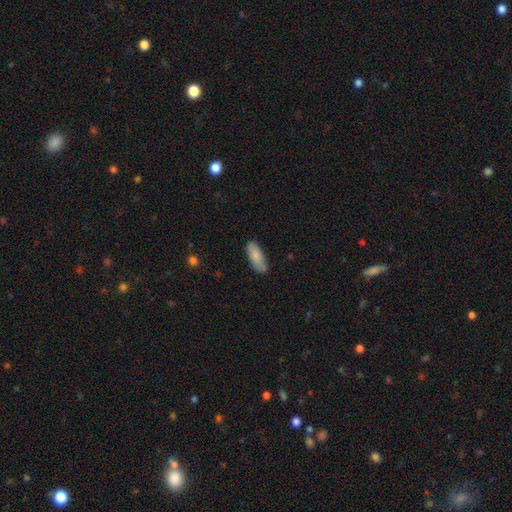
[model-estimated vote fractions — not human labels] Smooth or featured?
  - smooth: 86% *
  - featured or disk: 9%
  - star or artifact: 6%
How rounded?
  - in between: 75% *
  - cigar-shaped: 23%
  - round: 2%
Merging?
  - none: 81% *
  - minor disturbance: 15%
  - major disturbance: 2%
  - merger: 2%